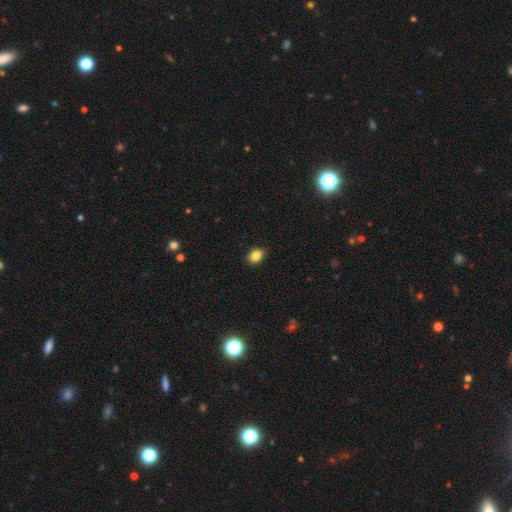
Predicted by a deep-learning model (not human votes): Smooth or featured? Predicted: smooth (p=0.85). How rounded? Predicted: in between (p=0.59). Merging? Predicted: none (p=0.89).